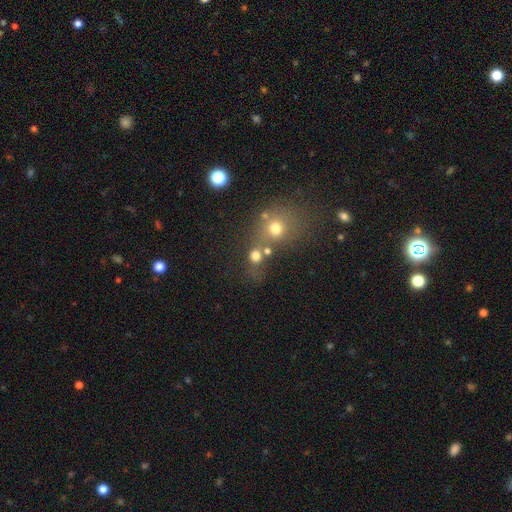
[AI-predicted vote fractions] Smooth or featured? Predicted: smooth (p=0.69). How rounded? Predicted: round (p=0.81). Merging? Predicted: none (p=0.50).